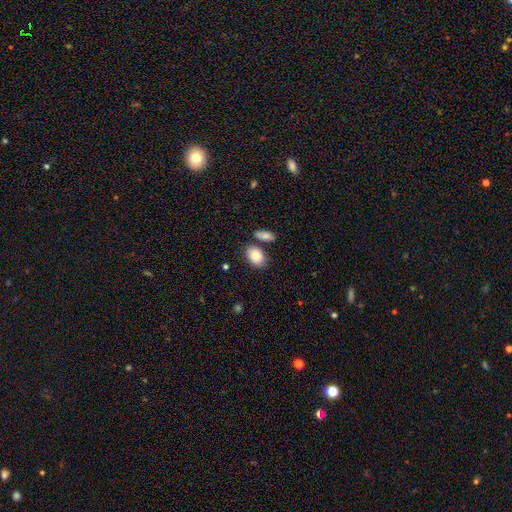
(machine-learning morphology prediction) This appears to be a smooth galaxy with no disk features (86%) that is in between round and cigar-shaped (85%). Merging: none (65%).